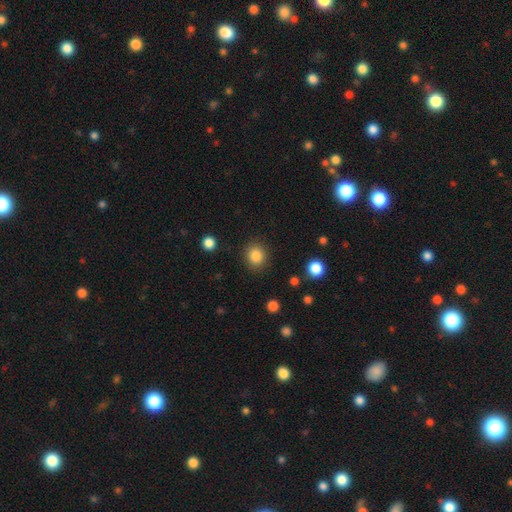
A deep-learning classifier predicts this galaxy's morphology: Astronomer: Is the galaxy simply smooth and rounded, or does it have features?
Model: smooth — 85%.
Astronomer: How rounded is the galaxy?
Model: round — 77%.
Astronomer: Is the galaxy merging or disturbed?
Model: none — 88%.